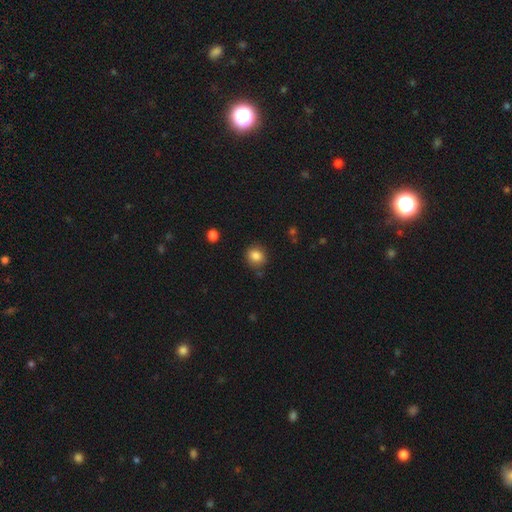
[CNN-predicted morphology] smooth_or_featured: smooth (p=0.84) [alt: star or artifact p=0.10]
how_rounded: round (p=0.79) [alt: in between p=0.20]
merging: none (p=0.83) [alt: minor disturbance p=0.11]